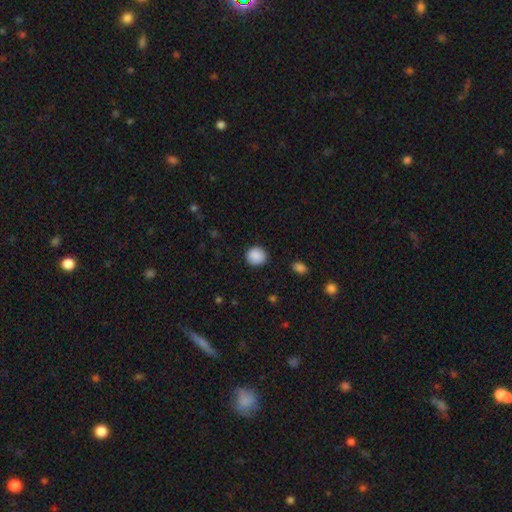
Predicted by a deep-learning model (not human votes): Q: Smooth or featured?
A: smooth (89%); runner-up: star or artifact (8%)
Q: How rounded?
A: round (87%); runner-up: in between (12%)
Q: Merging?
A: none (89%); runner-up: minor disturbance (7%)